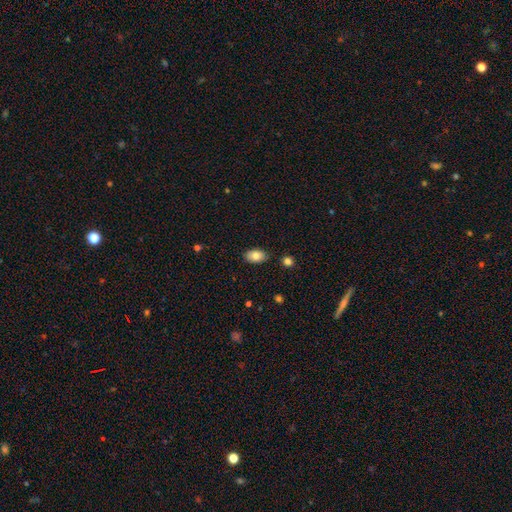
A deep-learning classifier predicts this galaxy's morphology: Smooth or featured? smooth (79%)
How rounded? in between (90%)
Merging? none (84%)